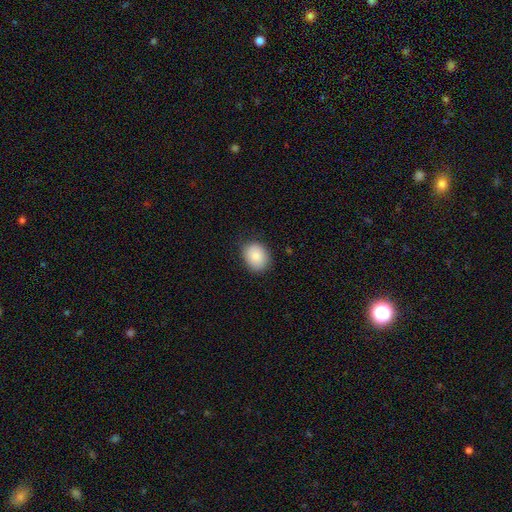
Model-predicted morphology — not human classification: Smooth or featured? Predicted: smooth (p=0.84). How rounded? Predicted: round (p=0.52). Merging? Predicted: none (p=0.81).